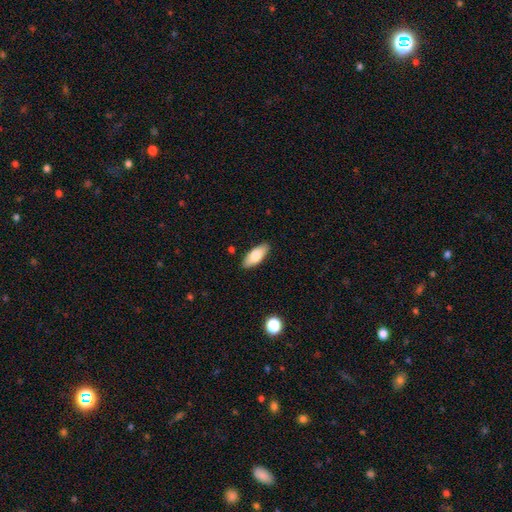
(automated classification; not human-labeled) Overall: smooth (79%). How rounded: in between (83%). Merging: none (88%).